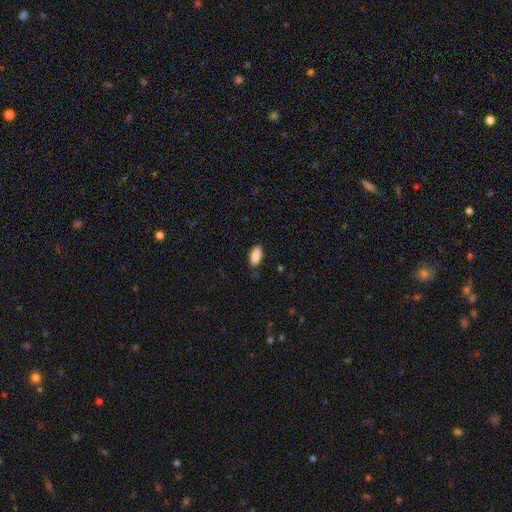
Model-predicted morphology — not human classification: smooth-or-featured: smooth: 89% | star or artifact: 7% | featured or disk: 5%
  how-rounded: in between: 88% | cigar-shaped: 10% | round: 2%
  merging: none: 85% | minor disturbance: 12% | major disturbance: 2% | merger: 1%